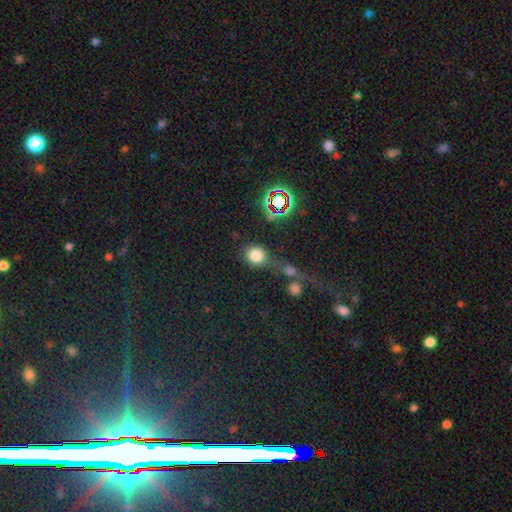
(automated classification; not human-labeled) A smooth galaxy with no disk features (75%) that is round (82%). Merging: none (59%).